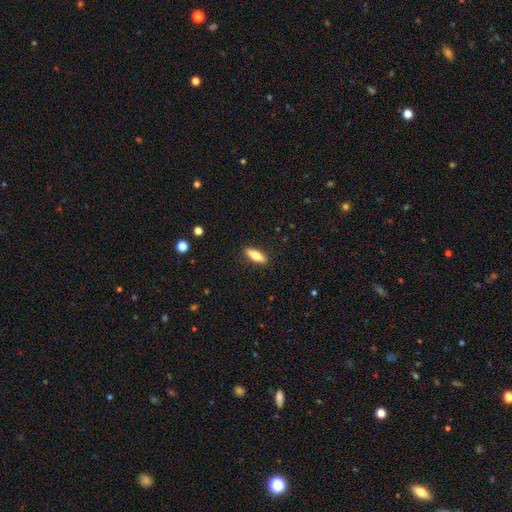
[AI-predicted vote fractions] Smooth or featured? Predicted: smooth (p=0.74). How rounded? Predicted: in between (p=0.62). Merging? Predicted: none (p=0.89).